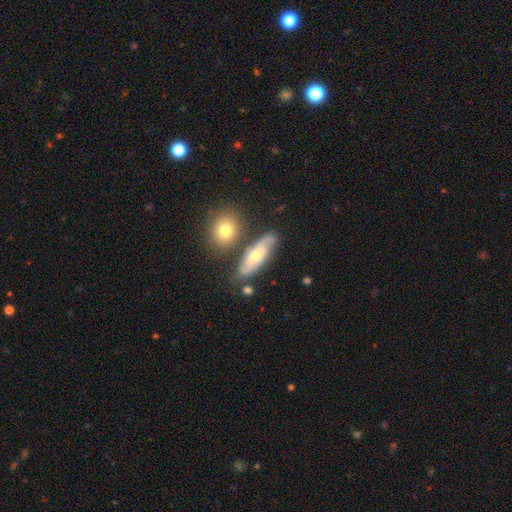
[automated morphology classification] A featured or disk galaxy (51%). Merging: none (67%).